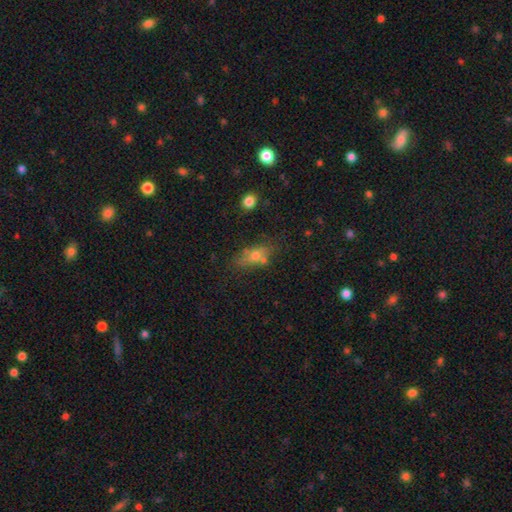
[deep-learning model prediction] Q: Smooth or featured?
A: smooth (57%); runner-up: featured or disk (28%)
Q: How rounded?
A: in between (68%); runner-up: cigar-shaped (20%)
Q: Merging?
A: none (61%); runner-up: minor disturbance (18%)